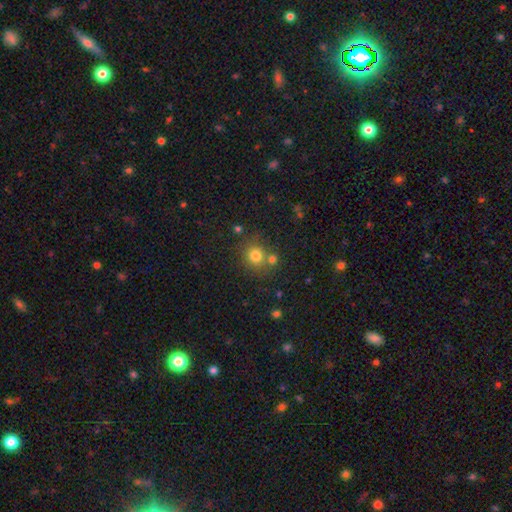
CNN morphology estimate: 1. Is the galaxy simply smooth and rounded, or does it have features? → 77% smooth, 15% star or artifact, 8% featured or disk.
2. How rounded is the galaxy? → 86% round, 13% in between, 1% cigar-shaped.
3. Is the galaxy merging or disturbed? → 66% none, 22% merger, 9% minor disturbance, 3% major disturbance.